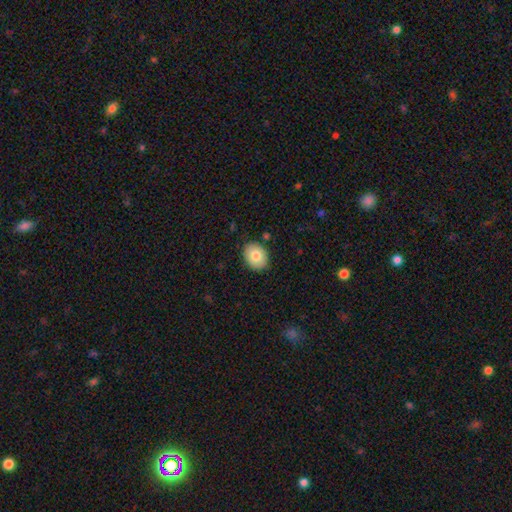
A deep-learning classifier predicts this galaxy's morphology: This appears to be a smooth galaxy with no disk features (79%) that is in between round and cigar-shaped (56%). Merging: none (87%).